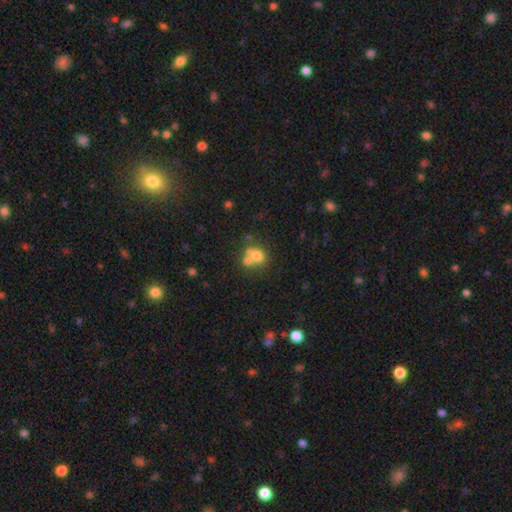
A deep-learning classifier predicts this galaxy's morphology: A smooth galaxy with no disk features (66%) that is round (54%).

Vote fractions:
- Smooth or featured? smooth: 66% / featured or disk: 19% / star or artifact: 14%
- How rounded? round: 54% / in between: 45% / cigar-shaped: 1%
- Merging? merger: 52% / none: 33% / minor disturbance: 9% / major disturbance: 6%